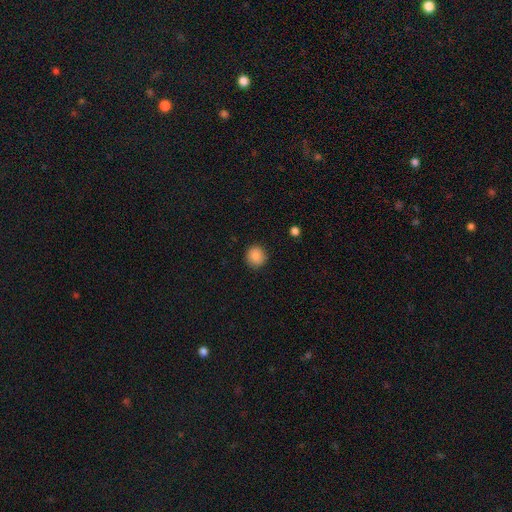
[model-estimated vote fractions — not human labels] Smooth or featured?
  - smooth: 87% *
  - star or artifact: 9%
  - featured or disk: 4%
How rounded?
  - round: 88% *
  - in between: 11%
  - cigar-shaped: 1%
Merging?
  - none: 86% *
  - minor disturbance: 10%
  - major disturbance: 2%
  - merger: 1%